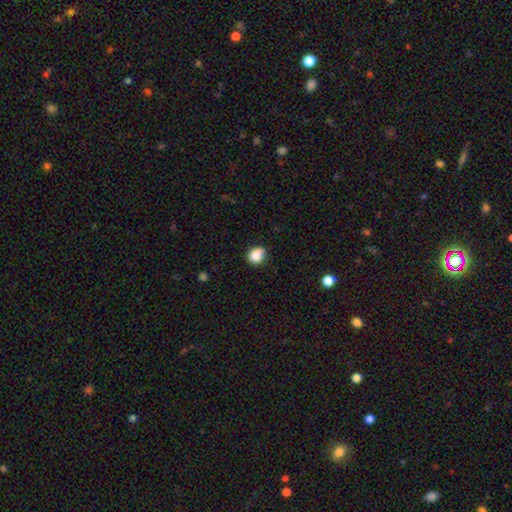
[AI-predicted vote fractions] Smooth or featured?
  - smooth: 84% *
  - star or artifact: 10%
  - featured or disk: 6%
How rounded?
  - round: 74% *
  - in between: 25%
  - cigar-shaped: 1%
Merging?
  - none: 74% *
  - minor disturbance: 21%
  - major disturbance: 4%
  - merger: 2%